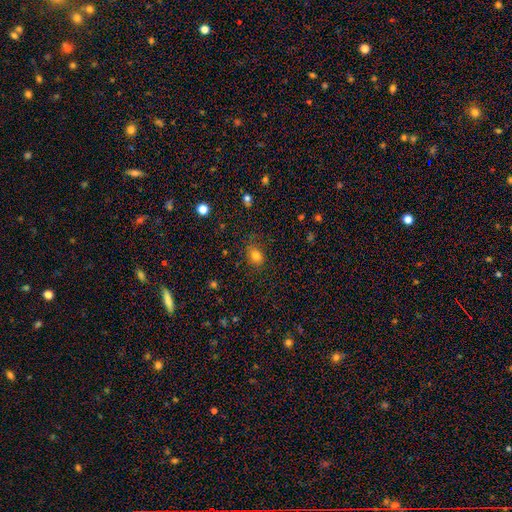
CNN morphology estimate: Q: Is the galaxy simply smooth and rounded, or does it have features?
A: smooth — 80%.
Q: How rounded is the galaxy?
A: in between — 55%.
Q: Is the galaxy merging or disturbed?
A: none — 74%.